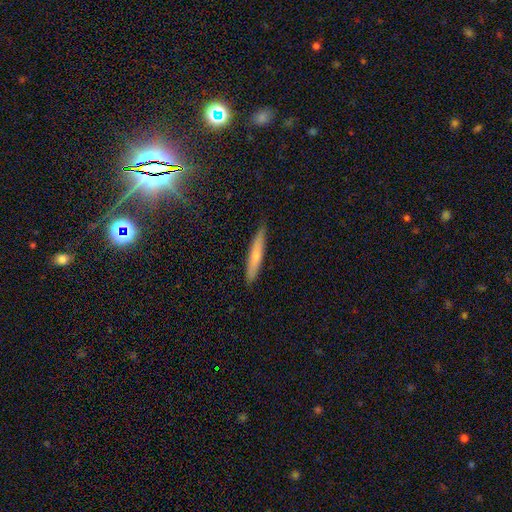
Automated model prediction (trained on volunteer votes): smooth 61%, featured or disk 33%, star or artifact 6%. Down the decision tree: how rounded — cigar-shaped (93%); merging — none (89%).